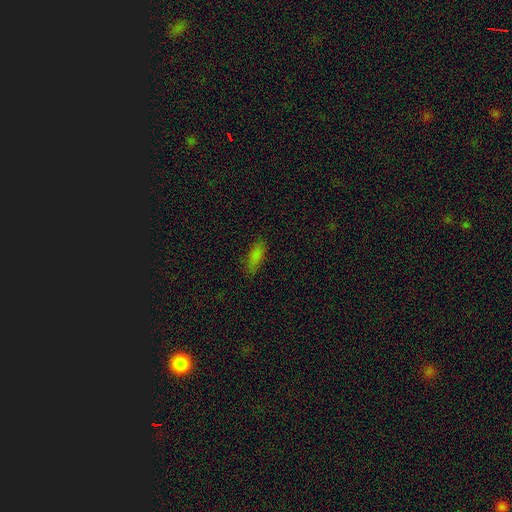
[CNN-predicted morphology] This is clearly a smooth galaxy (81%). How rounded: likely in between (75%). Merging: likely none (77%).